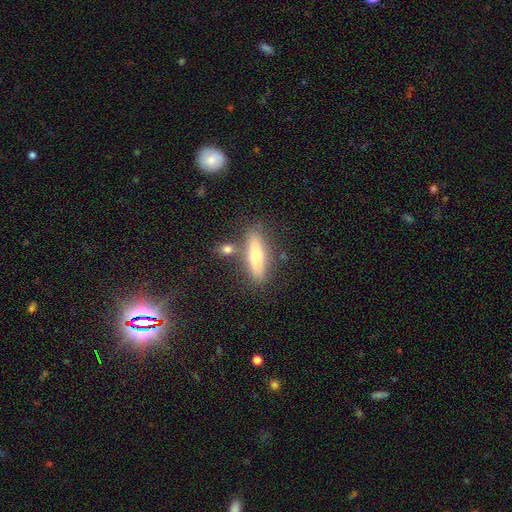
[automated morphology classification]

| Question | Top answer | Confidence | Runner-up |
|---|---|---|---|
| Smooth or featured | smooth | 67% | featured or disk (26%) |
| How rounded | cigar-shaped | 59% | in between (38%) |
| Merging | none | 68% | minor disturbance (14%) |